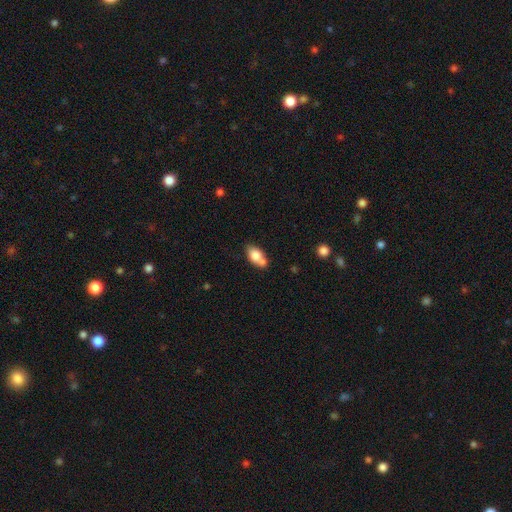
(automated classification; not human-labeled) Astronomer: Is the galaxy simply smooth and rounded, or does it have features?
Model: smooth — 76%.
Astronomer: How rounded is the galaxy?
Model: in between — 84%.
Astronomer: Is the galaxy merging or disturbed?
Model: none — 44% (runner-up: merger, 36%).